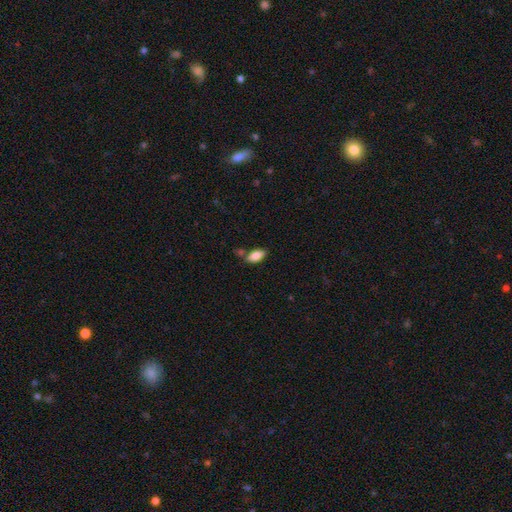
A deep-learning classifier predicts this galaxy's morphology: The model was most divided on "merging": none: 69%, minor disturbance: 16%, merger: 11%, major disturbance: 4%. More confident: how rounded — in between (89%); smooth or featured — smooth (85%).